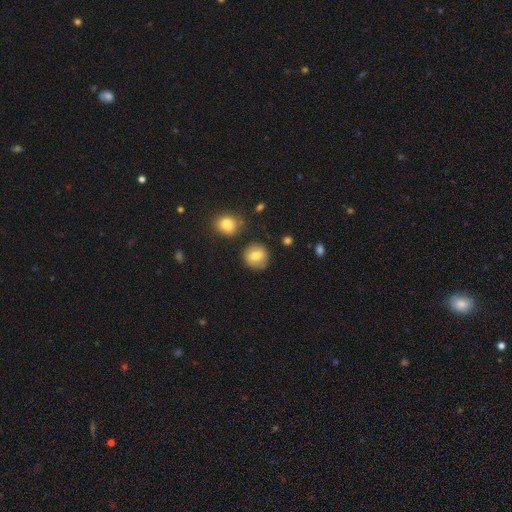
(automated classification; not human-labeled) The model was most divided on "smooth or featured": smooth: 72%, featured or disk: 19%, star or artifact: 9%. More confident: how rounded — round (88%); merging — none (82%).